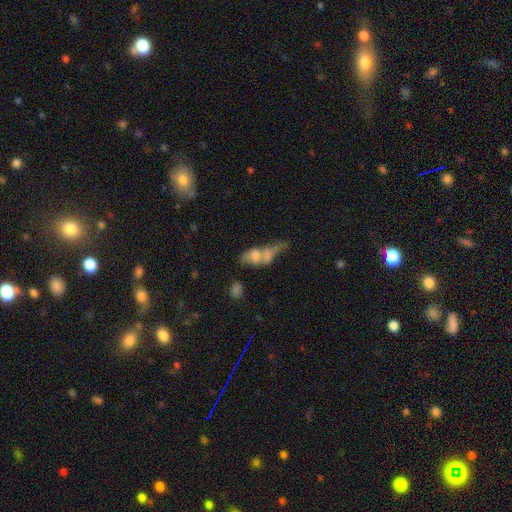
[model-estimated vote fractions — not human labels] Smooth or featured? smooth (55%)
How rounded? in between (73%)
Merging? merger (59%)